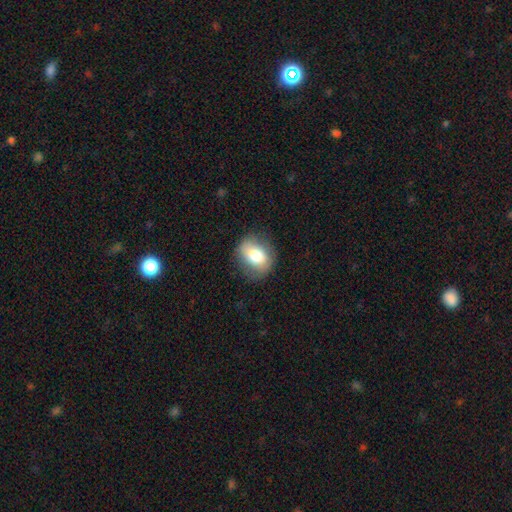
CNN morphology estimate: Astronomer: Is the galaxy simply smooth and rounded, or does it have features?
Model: smooth — 73%.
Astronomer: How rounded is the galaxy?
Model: in between — 56% (runner-up: round, 43%).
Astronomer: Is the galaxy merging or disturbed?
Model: none — 75%.